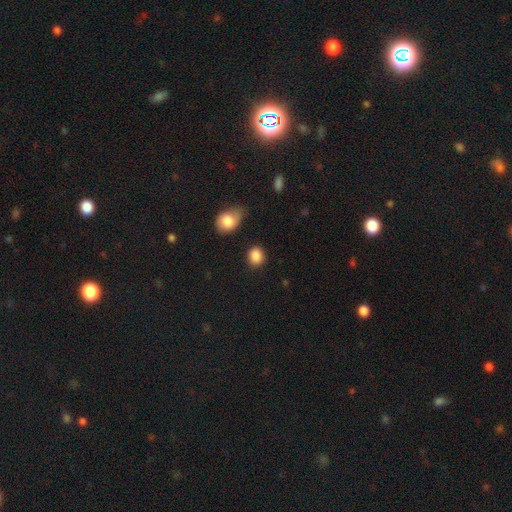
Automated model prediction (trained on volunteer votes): Q: Smooth or featured?
A: smooth (87%); runner-up: star or artifact (9%)
Q: How rounded?
A: round (60%); runner-up: in between (39%)
Q: Merging?
A: none (80%); runner-up: minor disturbance (13%)